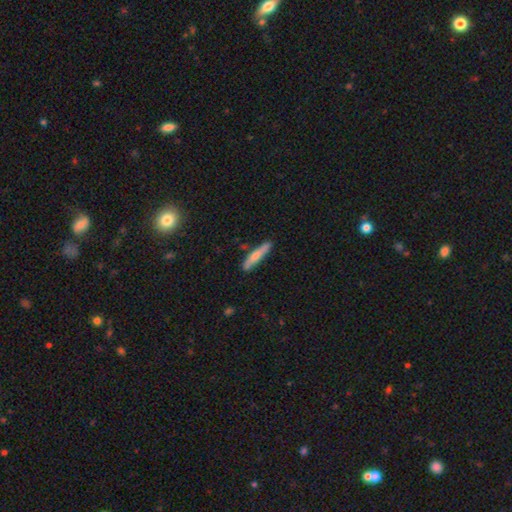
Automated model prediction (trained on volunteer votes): Overall: smooth (66%; featured or disk 29%). How rounded: cigar-shaped (90%). Merging: none (83%).